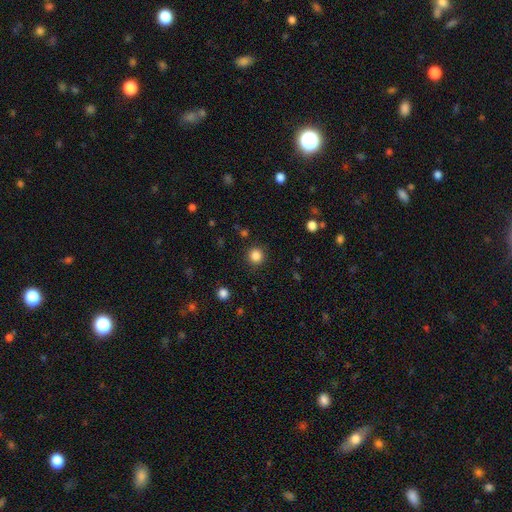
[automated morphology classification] A smooth galaxy with no disk features (85%) that is round (94%).

Vote fractions:
- Smooth or featured? smooth: 85% / star or artifact: 12% / featured or disk: 4%
- How rounded? round: 94% / in between: 5% / cigar-shaped: 1%
- Merging? none: 90% / minor disturbance: 6% / major disturbance: 2% / merger: 1%